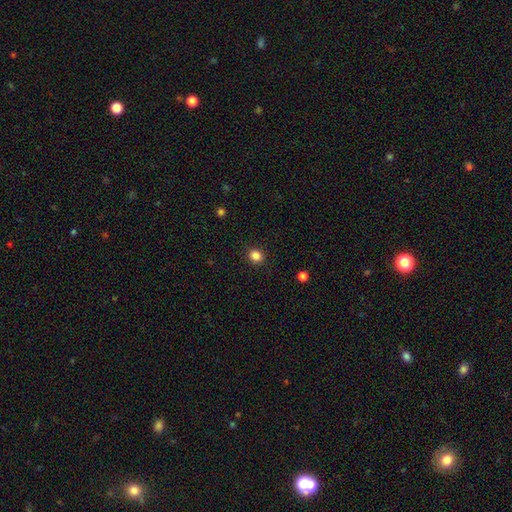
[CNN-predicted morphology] smooth 85%, star or artifact 12%, featured or disk 3%. Down the decision tree: how rounded — round (78%); merging — none (91%).